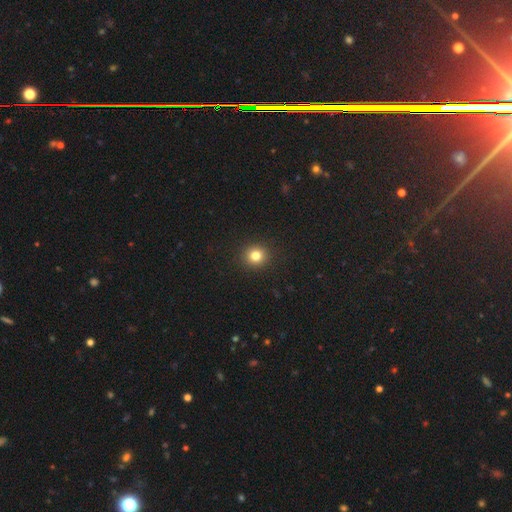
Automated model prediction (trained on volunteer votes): Q: Smooth or featured?
A: smooth (81%); runner-up: star or artifact (13%)
Q: How rounded?
A: round (90%); runner-up: in between (9%)
Q: Merging?
A: none (92%); runner-up: minor disturbance (5%)